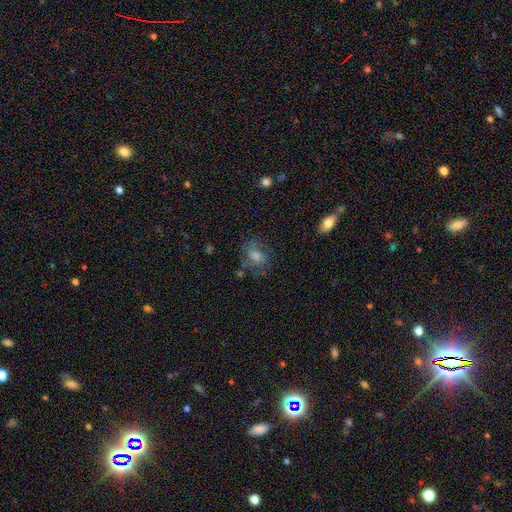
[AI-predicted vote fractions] Smooth or featured: featured or disk — 42% (smooth — 41%)
Merging: none — 63% (minor disturbance — 20%)